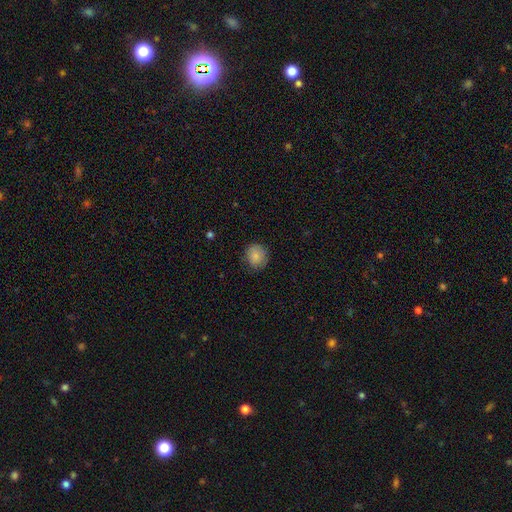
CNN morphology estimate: This appears to be a smooth galaxy with no disk features (84%) that is round (81%). Merging: none (79%).